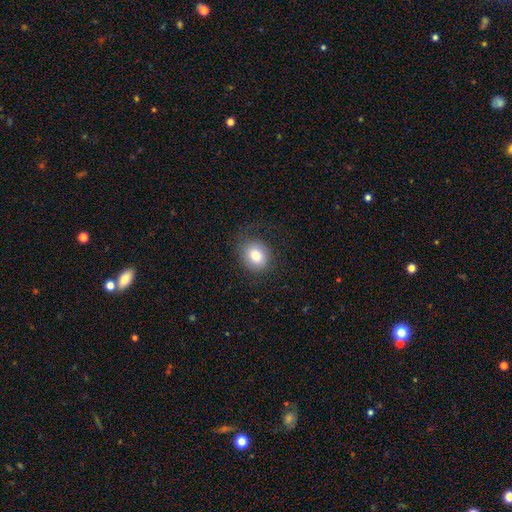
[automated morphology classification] Smooth or featured: smooth — 79% (featured or disk — 11%)
How rounded: round — 66% (in between — 33%)
Merging: none — 77% (minor disturbance — 14%)